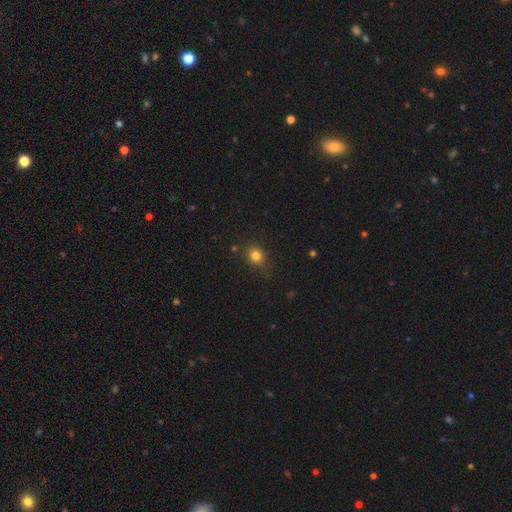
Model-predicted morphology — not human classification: The model was most divided on "how rounded": round: 78%, in between: 21%, cigar-shaped: 1%. More confident: merging — none (85%); smooth or featured — smooth (80%).